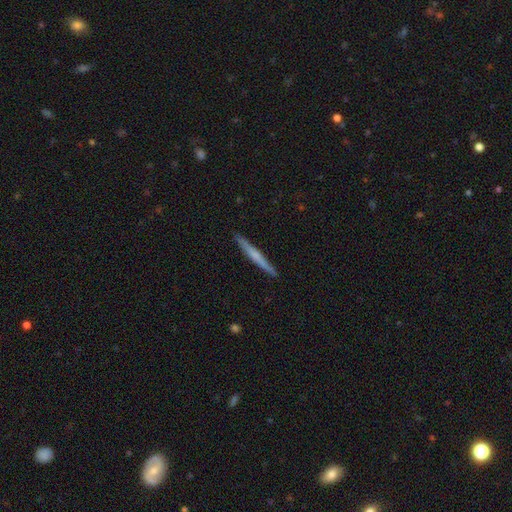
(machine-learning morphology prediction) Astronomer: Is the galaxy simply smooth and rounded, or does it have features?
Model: featured or disk — 50% (runner-up: smooth, 44%).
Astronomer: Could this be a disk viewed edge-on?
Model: yes — 97%.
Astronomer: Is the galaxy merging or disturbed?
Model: none — 91%.